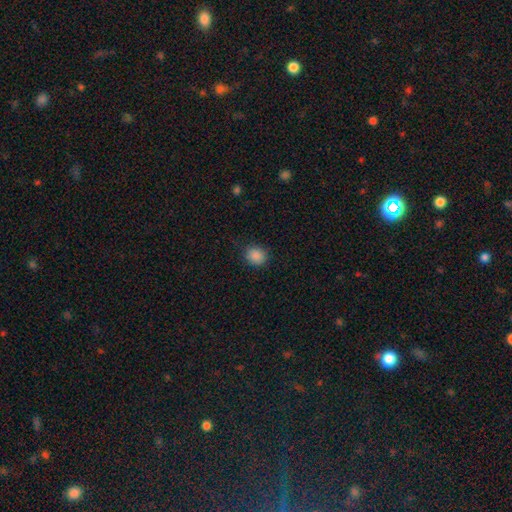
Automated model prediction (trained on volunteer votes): Smooth or featured? smooth (88%)
How rounded? round (70%)
Merging? none (84%)